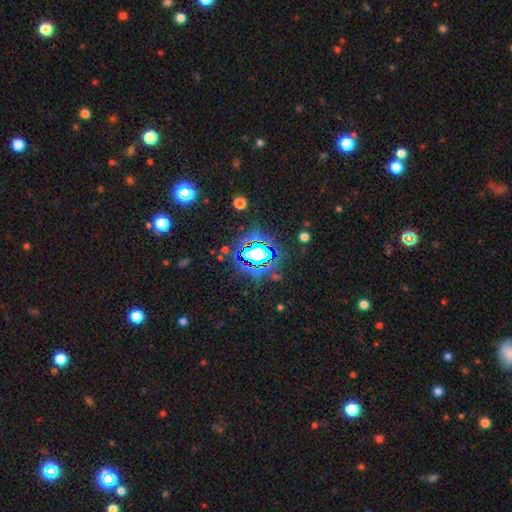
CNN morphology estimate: star or artifact 75%, smooth 15%, featured or disk 10%.